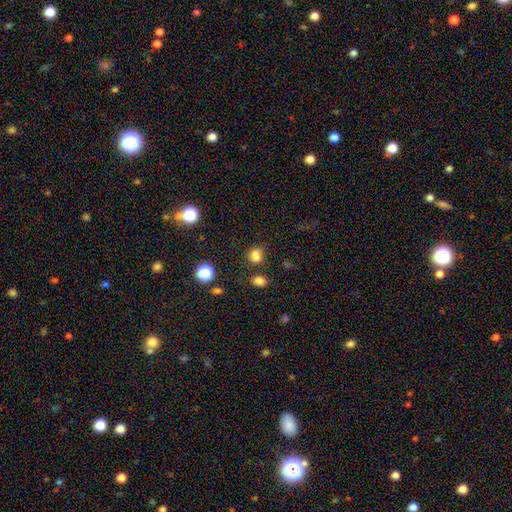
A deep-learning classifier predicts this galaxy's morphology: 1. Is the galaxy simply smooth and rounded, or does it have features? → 78% smooth, 17% star or artifact, 5% featured or disk.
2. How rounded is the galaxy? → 65% round, 34% in between, 1% cigar-shaped.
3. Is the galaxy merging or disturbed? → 72% none, 12% minor disturbance, 11% merger, 4% major disturbance.